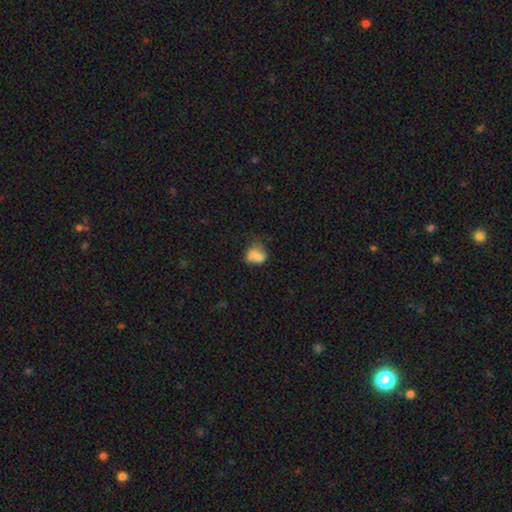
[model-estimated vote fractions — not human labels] A smooth galaxy with no disk features (69%) that is in between round and cigar-shaped (53%).

Vote fractions:
- Smooth or featured? smooth: 69% / featured or disk: 20% / star or artifact: 11%
- How rounded? in between: 53% / round: 46% / cigar-shaped: 1%
- Merging? merger: 48% / none: 24% / minor disturbance: 16% / major disturbance: 12%